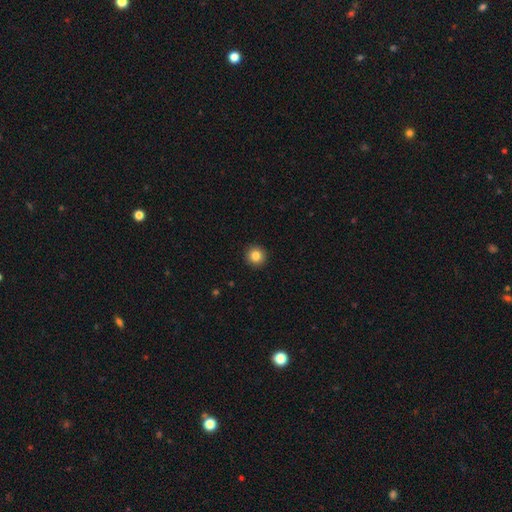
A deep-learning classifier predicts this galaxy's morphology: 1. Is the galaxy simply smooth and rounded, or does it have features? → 84% smooth, 10% star or artifact, 6% featured or disk.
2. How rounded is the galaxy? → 94% round, 5% in between, 1% cigar-shaped.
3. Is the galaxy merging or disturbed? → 93% none, 4% minor disturbance, 1% major disturbance, 1% merger.